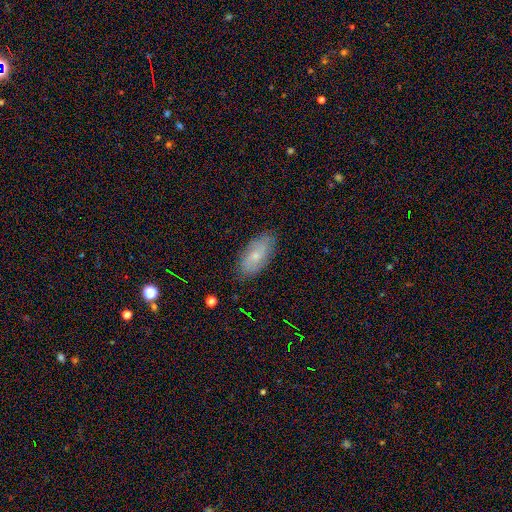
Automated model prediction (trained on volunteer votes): Q: Smooth or featured?
A: smooth (46%); tied with: featured or disk (46%)
Q: Merging?
A: none (82%); runner-up: minor disturbance (14%)